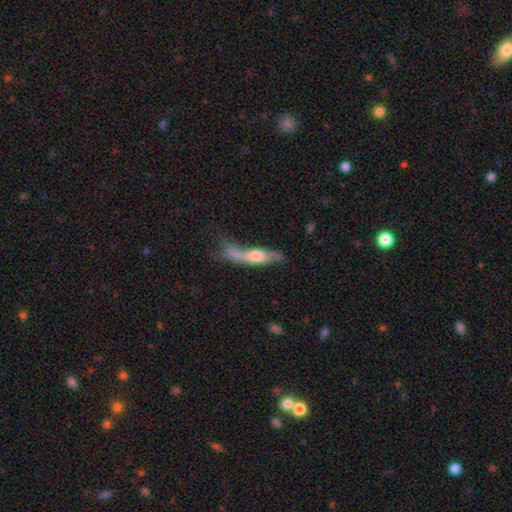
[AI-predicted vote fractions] smooth_or_featured: featured or disk (p=0.49) [alt: smooth p=0.44]
merging: none (p=0.38) [alt: minor disturbance p=0.25]